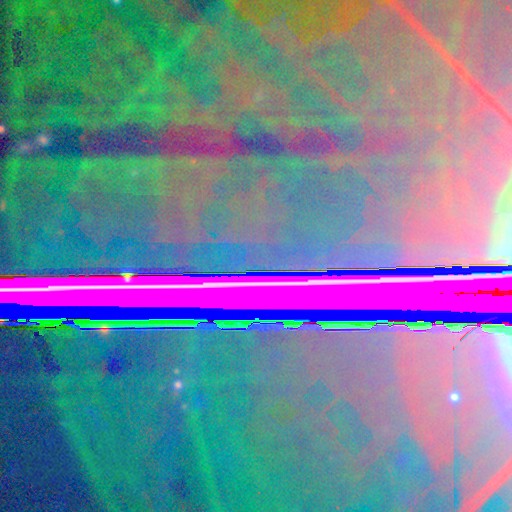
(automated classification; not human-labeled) A star or artifact, not a galaxy (86%).